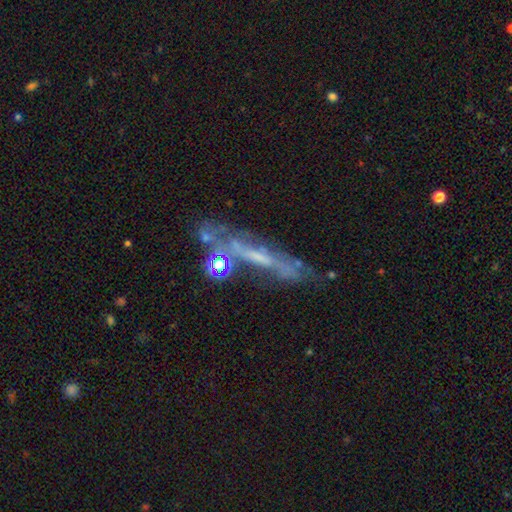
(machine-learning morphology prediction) smooth-or-featured: featured or disk: 62% | smooth: 22% | star or artifact: 16%
  disk-edge-on: yes: 62% | no: 38%
  merging: none: 56% | minor disturbance: 21% | major disturbance: 14% | merger: 10%